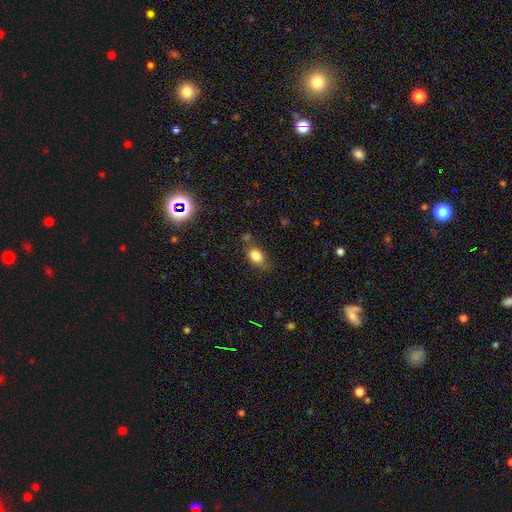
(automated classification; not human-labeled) Morphology: type=smooth (83%); roundness=in between (76%); merging=none (64%).